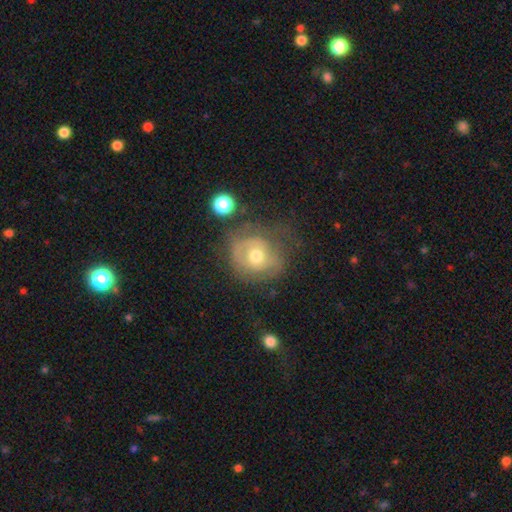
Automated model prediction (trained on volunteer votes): smooth_or_featured: featured or disk (p=0.52) [alt: smooth p=0.38]
disk_edge_on: no (p=0.96) [alt: yes p=0.04]
merging: none (p=0.52) [alt: minor disturbance p=0.26]